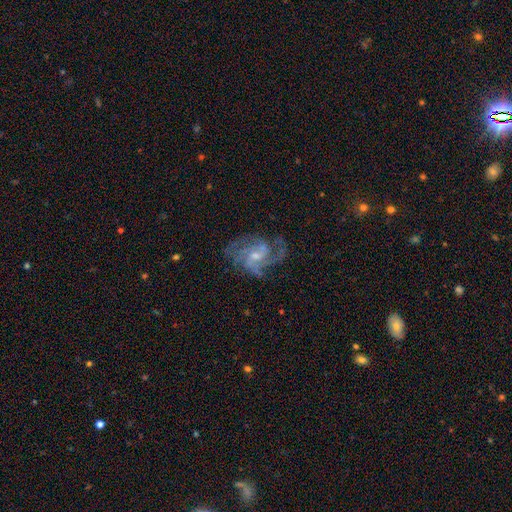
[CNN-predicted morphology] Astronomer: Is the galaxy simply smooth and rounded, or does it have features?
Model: featured or disk — 86%.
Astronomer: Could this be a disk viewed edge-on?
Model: no — 98%.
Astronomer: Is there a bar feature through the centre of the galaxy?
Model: weak — 48% (runner-up: no, 42%).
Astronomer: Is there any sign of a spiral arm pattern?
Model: yes — 96%.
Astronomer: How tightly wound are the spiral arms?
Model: medium — 50% (runner-up: tight, 35%).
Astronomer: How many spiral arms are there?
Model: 3 — 34% (runner-up: 2, 19%).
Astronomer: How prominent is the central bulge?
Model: small — 57% (runner-up: moderate, 36%).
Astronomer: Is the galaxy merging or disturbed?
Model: none — 69%.